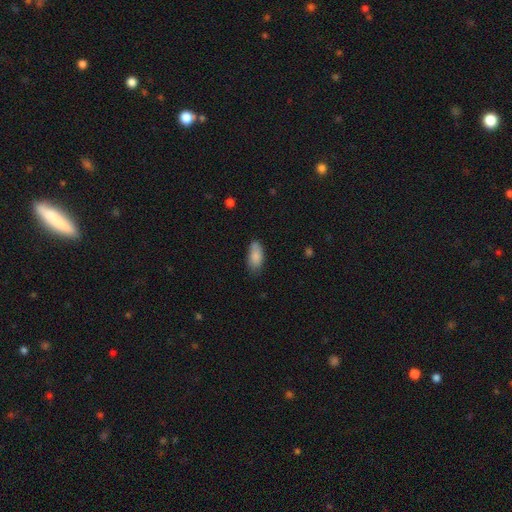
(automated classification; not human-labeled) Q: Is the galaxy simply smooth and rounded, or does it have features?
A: smooth — 84%.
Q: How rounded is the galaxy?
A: in between — 90%.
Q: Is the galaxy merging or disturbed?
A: none — 69%.